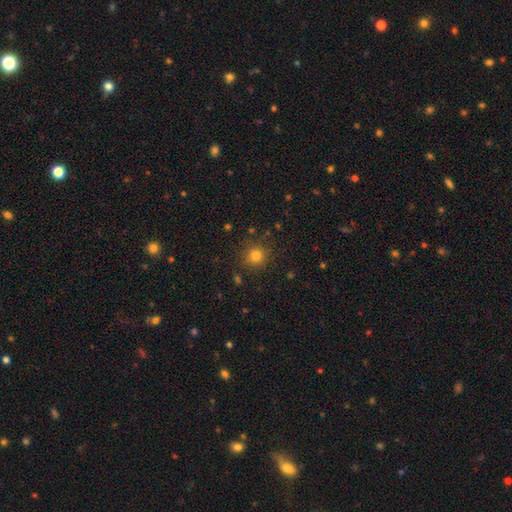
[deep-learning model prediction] A smooth galaxy with no disk features (80%) that is round (93%).

Vote fractions:
- Smooth or featured? smooth: 80% / star or artifact: 15% / featured or disk: 6%
- How rounded? round: 93% / in between: 6% / cigar-shaped: 1%
- Merging? none: 87% / minor disturbance: 8% / major disturbance: 3% / merger: 2%